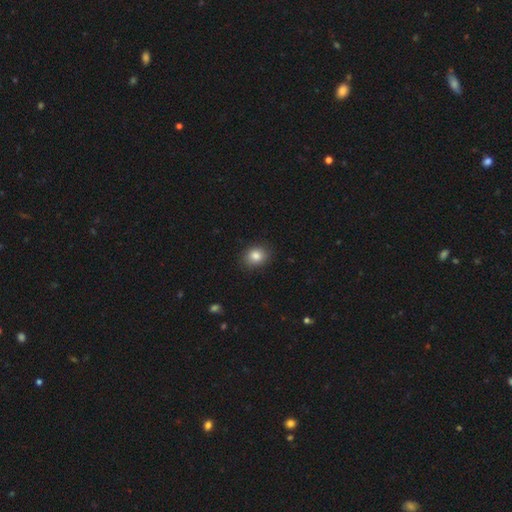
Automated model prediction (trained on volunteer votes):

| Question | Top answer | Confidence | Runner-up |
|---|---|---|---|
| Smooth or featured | smooth | 84% | star or artifact (10%) |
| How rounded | round | 54% | in between (45%) |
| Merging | none | 87% | minor disturbance (10%) |